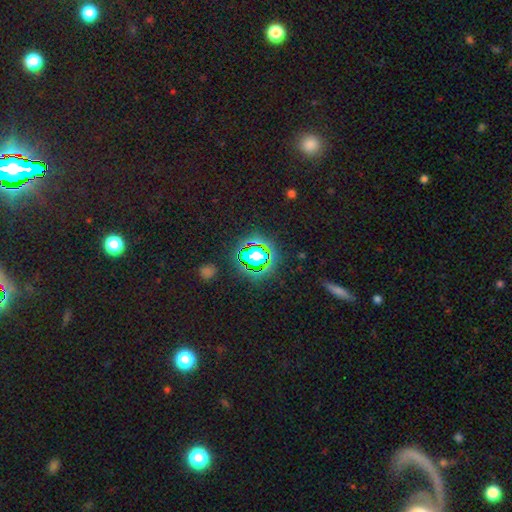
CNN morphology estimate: Overall: star or artifact (67%).